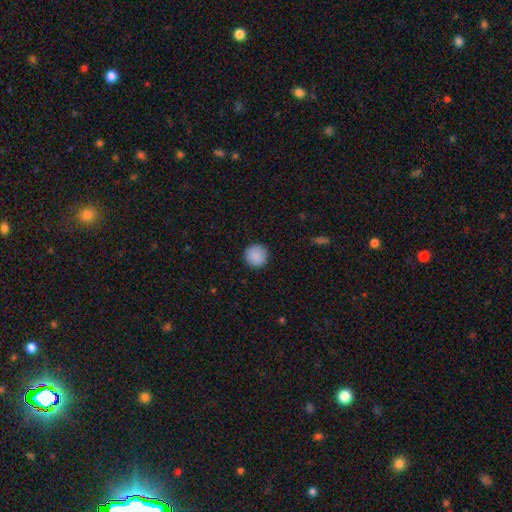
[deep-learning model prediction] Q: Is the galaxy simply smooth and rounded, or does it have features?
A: smooth — 90%.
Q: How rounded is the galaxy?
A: round — 96%.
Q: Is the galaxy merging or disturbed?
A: none — 92%.